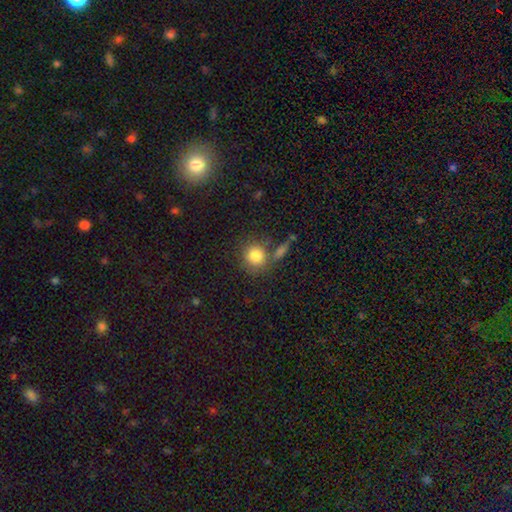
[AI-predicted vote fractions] A smooth galaxy with no disk features (82%) that is round (87%). Merging: none (65%).